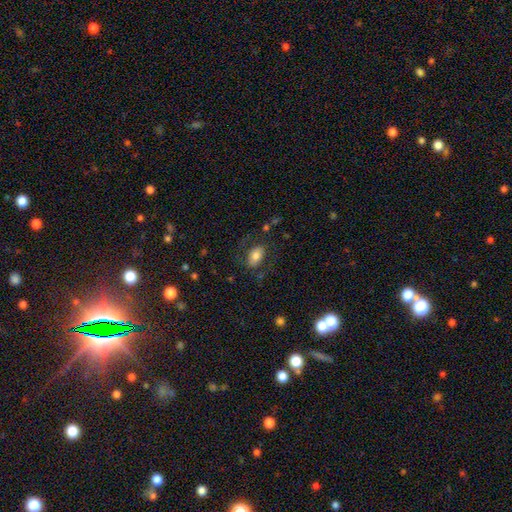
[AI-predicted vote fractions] smooth_or_featured: smooth (p=0.73) [alt: featured or disk p=0.18]
how_rounded: in between (p=0.90) [alt: round p=0.08]
merging: none (p=0.73) [alt: minor disturbance p=0.15]